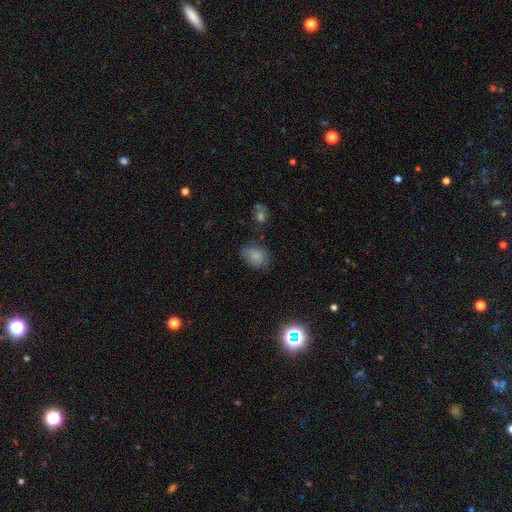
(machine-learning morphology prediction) Overall: smooth (77%). How rounded: in between (67%; round 32%). Merging: none (67%).